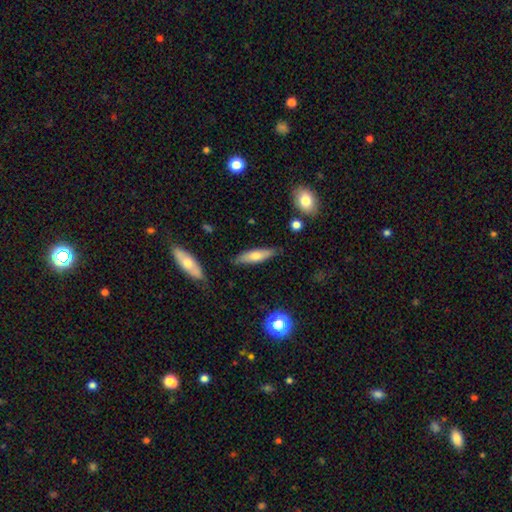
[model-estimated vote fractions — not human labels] This is likely a smooth galaxy (60%). How rounded: likely cigar-shaped (66%). Merging: clearly none (82%).